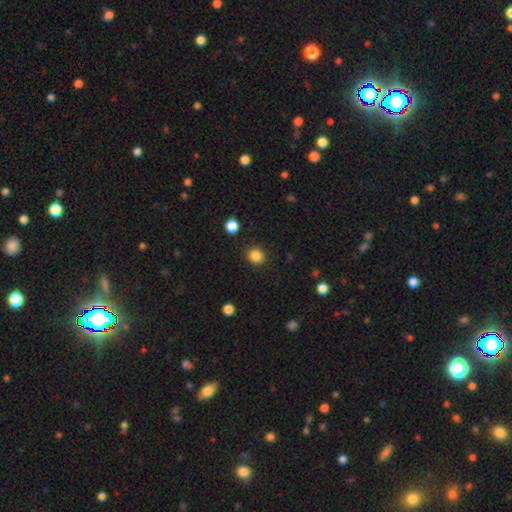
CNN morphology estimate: A smooth galaxy with no disk features (86%) that is round (86%). Merging: none (89%).